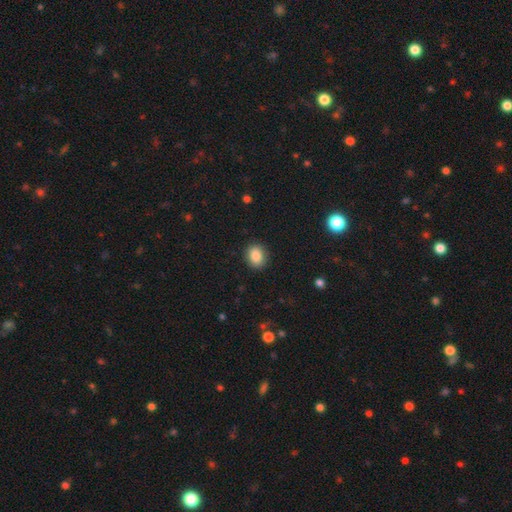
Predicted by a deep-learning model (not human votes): The model was most divided on "how rounded": round: 56%, in between: 43%, cigar-shaped: 1%. More confident: merging — none (89%); smooth or featured — smooth (87%).